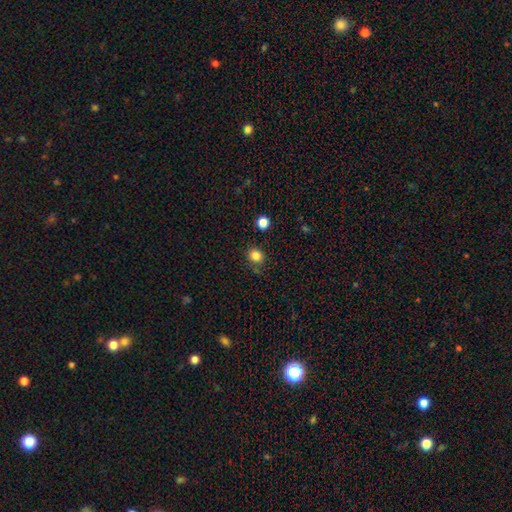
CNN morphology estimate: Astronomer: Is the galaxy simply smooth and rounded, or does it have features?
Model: smooth — 83%.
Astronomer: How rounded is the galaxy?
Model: round — 79%.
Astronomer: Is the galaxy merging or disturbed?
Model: none — 82%.